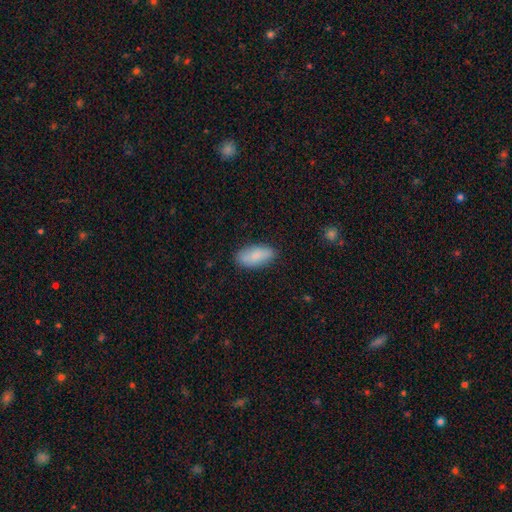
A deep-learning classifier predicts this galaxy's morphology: A smooth galaxy with no disk features (86%) that is in between round and cigar-shaped (89%). Merging: none (84%).